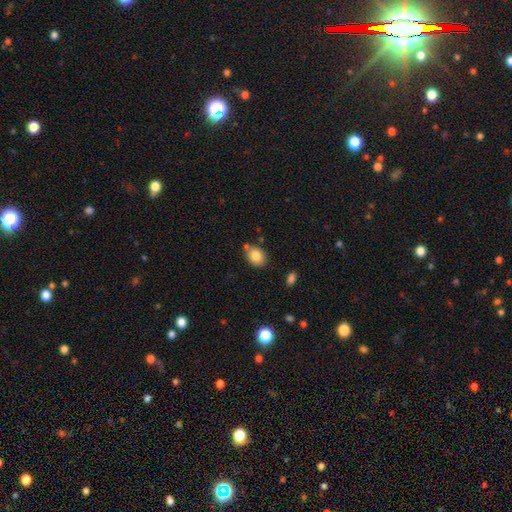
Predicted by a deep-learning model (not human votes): Morphology: type=smooth (83%); roundness=in between (65%); merging=none (72%).